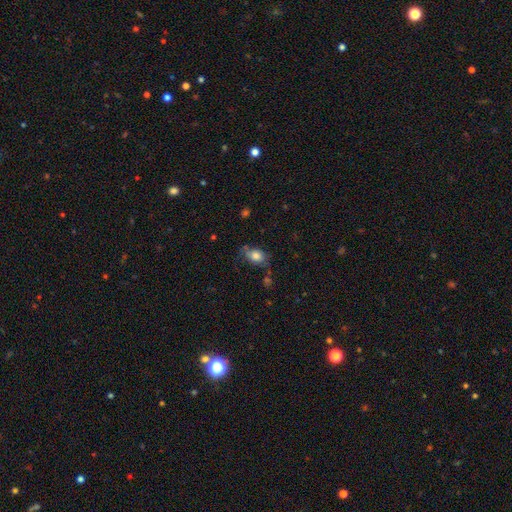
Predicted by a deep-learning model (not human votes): Smooth or featured?
  - smooth: 75% *
  - featured or disk: 15%
  - star or artifact: 10%
How rounded?
  - in between: 75% *
  - round: 23%
  - cigar-shaped: 2%
Merging?
  - none: 56% *
  - minor disturbance: 27%
  - major disturbance: 10%
  - merger: 6%